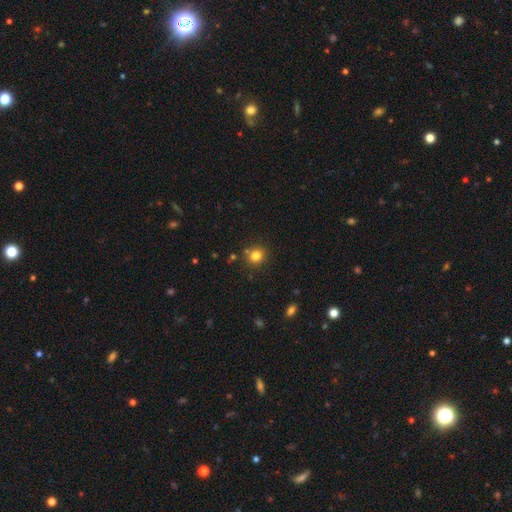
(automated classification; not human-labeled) Q: Smooth or featured?
A: smooth (81%); runner-up: star or artifact (13%)
Q: How rounded?
A: round (83%); runner-up: in between (16%)
Q: Merging?
A: none (83%); runner-up: minor disturbance (9%)